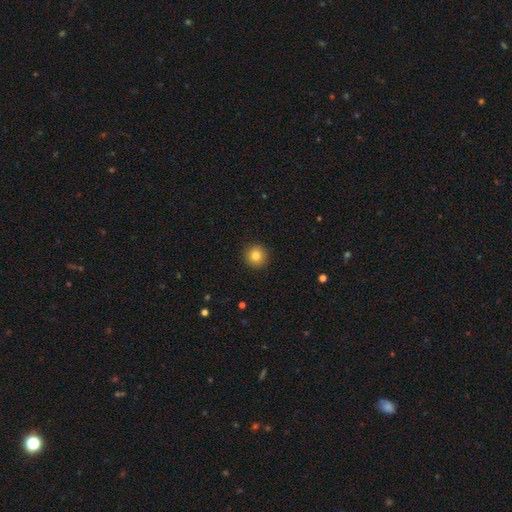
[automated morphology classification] Smooth or featured? Predicted: smooth (p=0.83). How rounded? Predicted: round (p=0.95). Merging? Predicted: none (p=0.93).